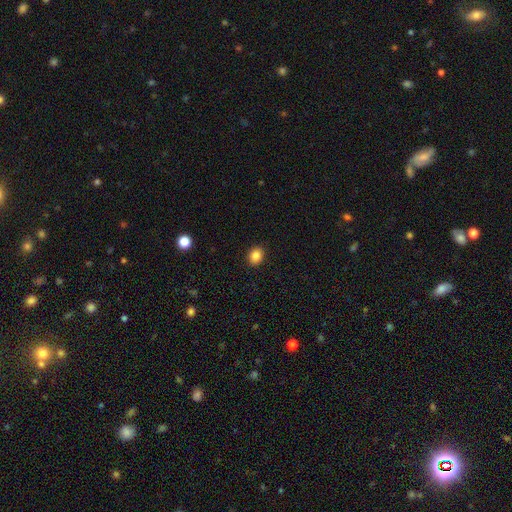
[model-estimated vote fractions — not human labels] Smooth or featured? Predicted: smooth (p=0.85). How rounded? Predicted: round (p=0.55). Merging? Predicted: none (p=0.91).